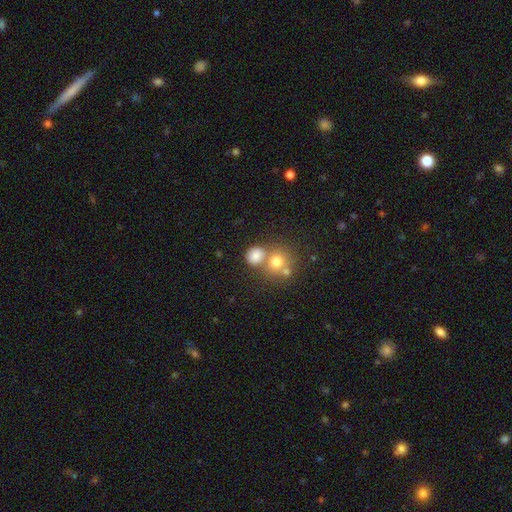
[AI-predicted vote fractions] smooth_or_featured: smooth (p=0.77) [alt: star or artifact p=0.13]
how_rounded: round (p=0.72) [alt: in between p=0.27]
merging: none (p=0.50) [alt: merger p=0.35]